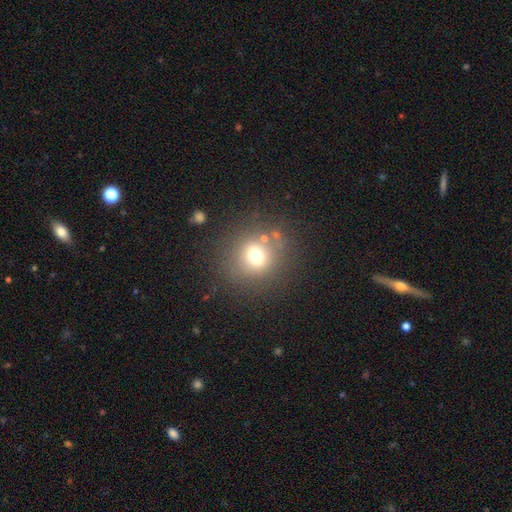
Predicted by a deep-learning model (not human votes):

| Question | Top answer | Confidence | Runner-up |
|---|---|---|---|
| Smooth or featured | smooth | 68% | star or artifact (18%) |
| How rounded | round | 82% | in between (17%) |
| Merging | none | 77% | minor disturbance (11%) |